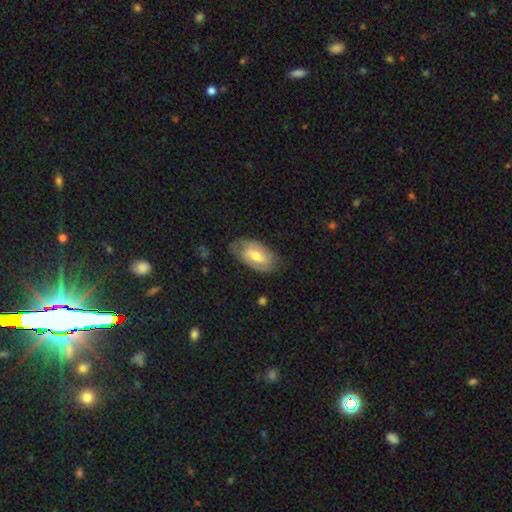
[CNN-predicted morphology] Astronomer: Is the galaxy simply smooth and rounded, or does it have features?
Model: smooth — 49% (runner-up: featured or disk, 45%).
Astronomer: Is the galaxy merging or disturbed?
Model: none — 66%.